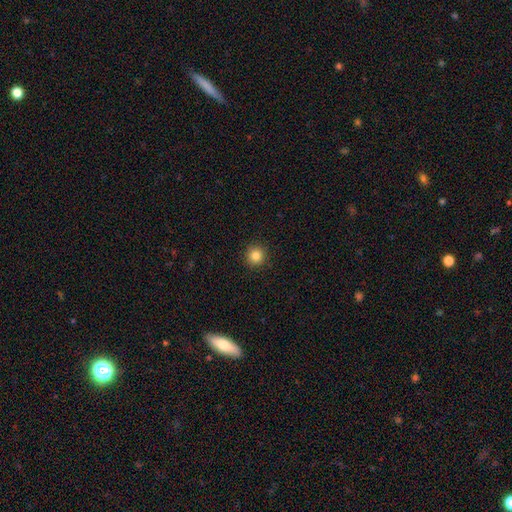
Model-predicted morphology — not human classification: Smooth or featured?
  - smooth: 84% *
  - star or artifact: 11%
  - featured or disk: 5%
How rounded?
  - round: 94% *
  - in between: 5%
  - cigar-shaped: 1%
Merging?
  - none: 92% *
  - minor disturbance: 5%
  - major disturbance: 2%
  - merger: 1%